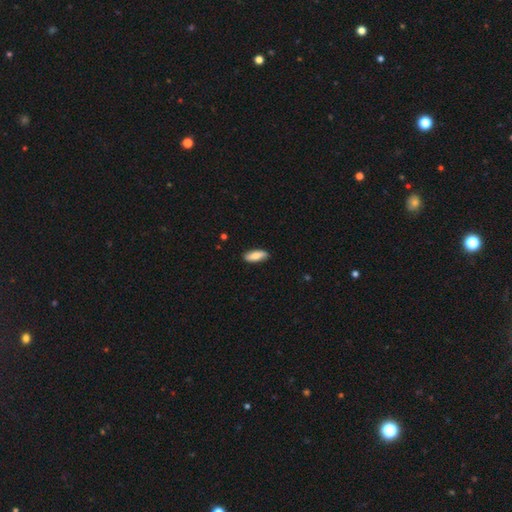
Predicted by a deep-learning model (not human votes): This appears to be a smooth galaxy with no disk features (77%) that is in between round and cigar-shaped (70%). Merging: none (86%).